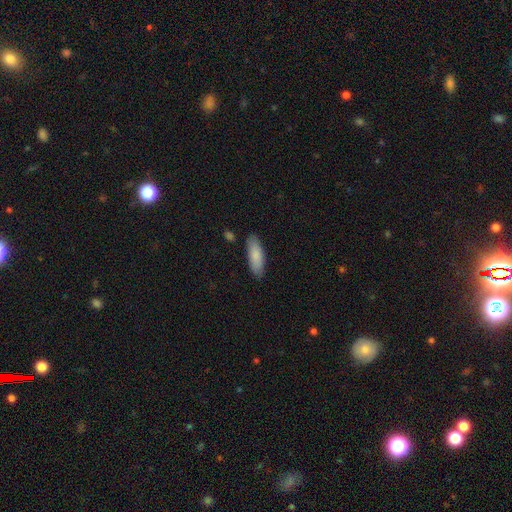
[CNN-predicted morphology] Overall: smooth (86%). How rounded: in between (62%; cigar-shaped 36%). Merging: none (85%).